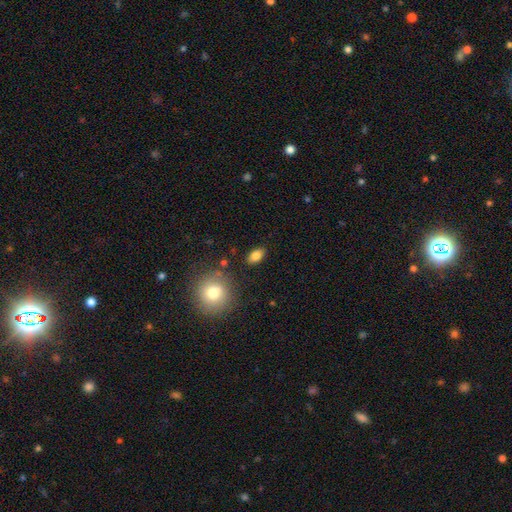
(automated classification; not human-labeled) This is clearly a smooth galaxy (83%). How rounded: clearly in between (89%). Merging: clearly none (85%).